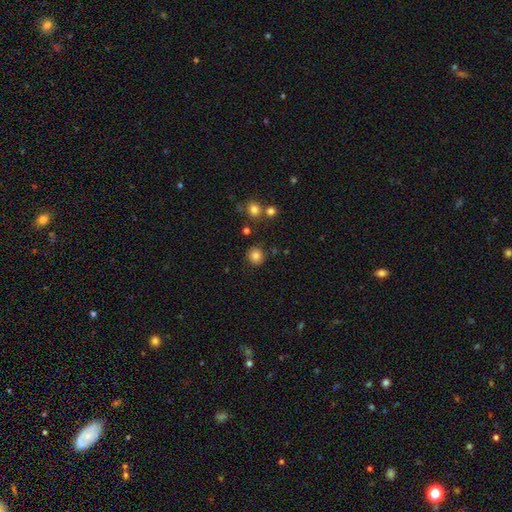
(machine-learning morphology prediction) A smooth galaxy with no disk features (83%) that is round (88%). Merging: none (86%).